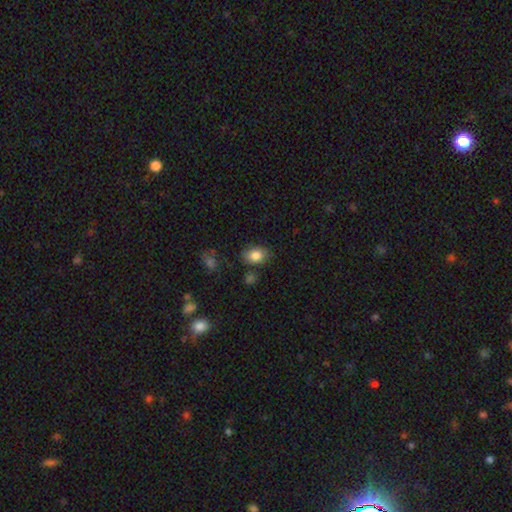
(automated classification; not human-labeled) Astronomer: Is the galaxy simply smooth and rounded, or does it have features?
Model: smooth — 84%.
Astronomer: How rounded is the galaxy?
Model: in between — 74%.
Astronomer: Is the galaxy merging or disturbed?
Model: none — 79%.